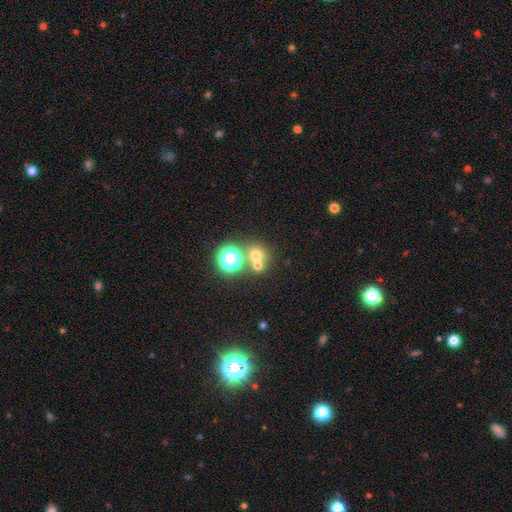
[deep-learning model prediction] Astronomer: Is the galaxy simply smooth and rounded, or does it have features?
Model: smooth — 62%.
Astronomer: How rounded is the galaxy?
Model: round — 86%.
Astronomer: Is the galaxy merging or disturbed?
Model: none — 57% (runner-up: merger, 33%).